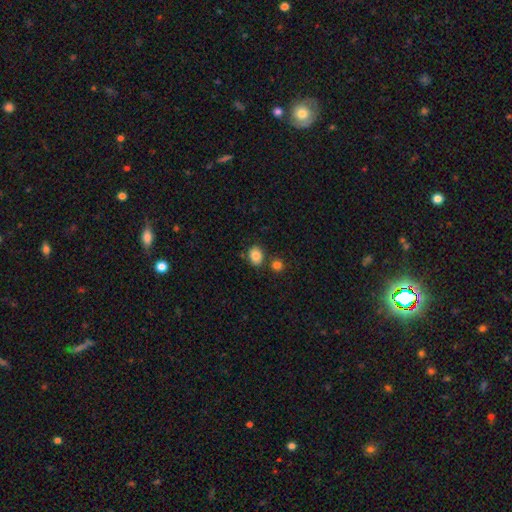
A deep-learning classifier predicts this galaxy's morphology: smooth_or_featured: smooth (p=0.84) [alt: star or artifact p=0.09]
how_rounded: in between (p=0.57) [alt: round p=0.42]
merging: none (p=0.74) [alt: minor disturbance p=0.12]